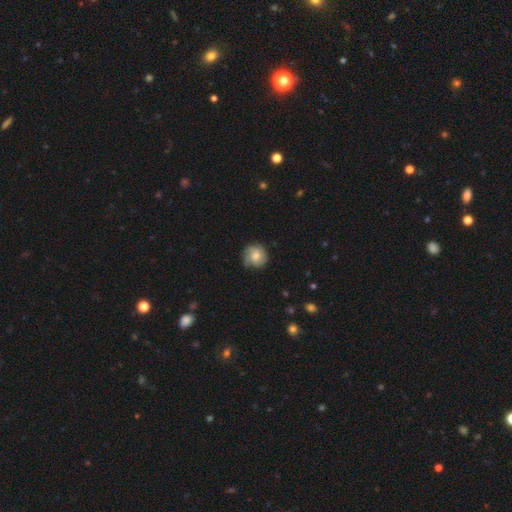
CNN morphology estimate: Q: Smooth or featured?
A: smooth (56%); runner-up: featured or disk (37%)
Q: How rounded?
A: round (87%); runner-up: in between (12%)
Q: Merging?
A: none (73%); runner-up: minor disturbance (21%)